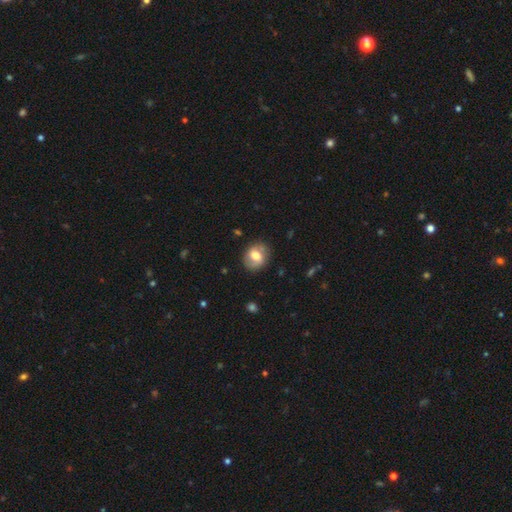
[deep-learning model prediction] A smooth galaxy with no disk features (58%) that is round (59%). Merging: none (80%).